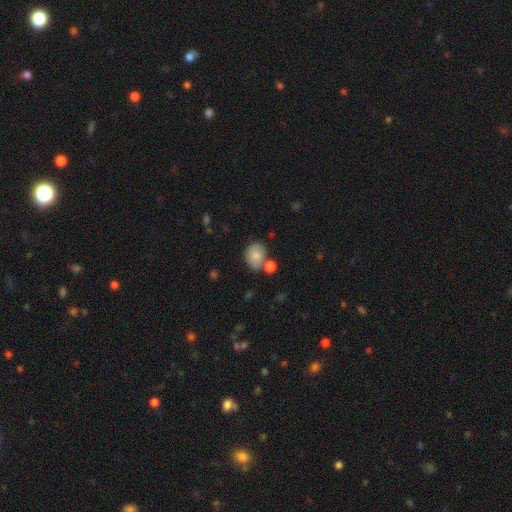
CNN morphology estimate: A smooth galaxy with no disk features (79%) that is round (53%). Merging: none (58%).